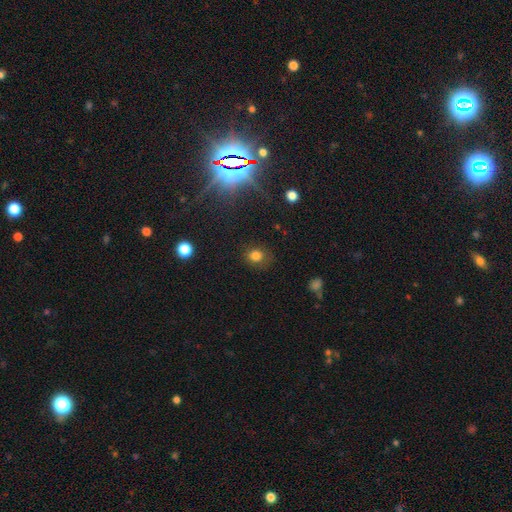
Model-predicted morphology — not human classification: The model was most divided on "how rounded": round: 73%, in between: 26%, cigar-shaped: 1%. More confident: smooth or featured — smooth (78%); merging — none (77%).